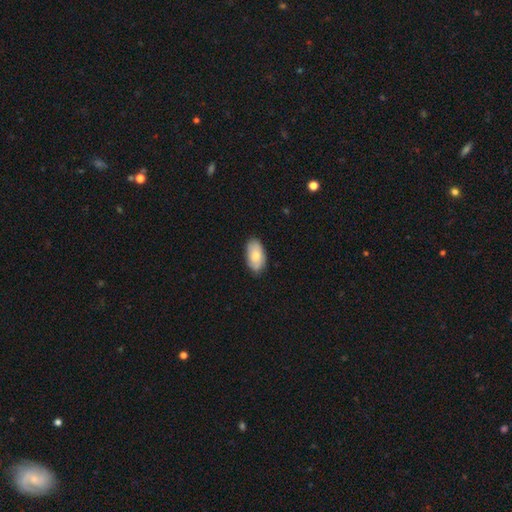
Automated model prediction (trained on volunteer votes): Smooth or featured: smooth — 77% (featured or disk — 17%)
How rounded: in between — 94% (round — 3%)
Merging: none — 85% (minor disturbance — 12%)